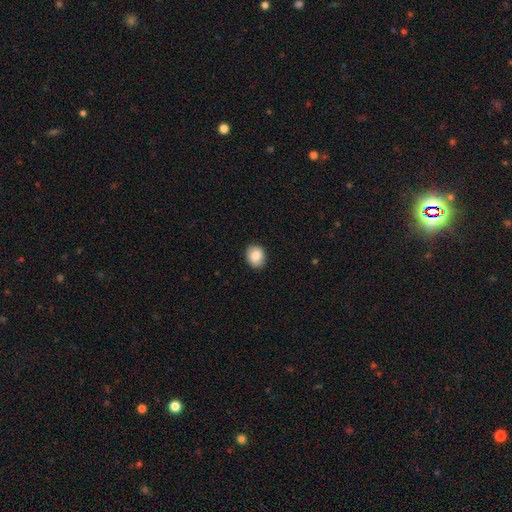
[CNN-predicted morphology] Smooth or featured?
  - smooth: 85% *
  - featured or disk: 8%
  - star or artifact: 8%
How rounded?
  - round: 51% *
  - in between: 48%
  - cigar-shaped: 1%
Merging?
  - none: 88% *
  - minor disturbance: 9%
  - major disturbance: 2%
  - merger: 1%